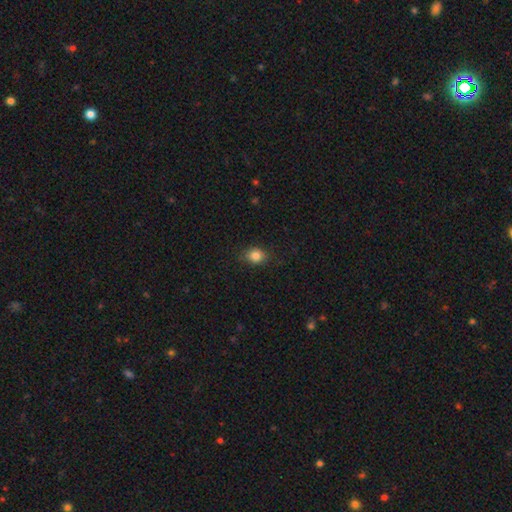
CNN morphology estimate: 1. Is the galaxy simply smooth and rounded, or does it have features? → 83% smooth, 11% star or artifact, 6% featured or disk.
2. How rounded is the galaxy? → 62% round, 37% in between, 1% cigar-shaped.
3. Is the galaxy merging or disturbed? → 82% none, 14% minor disturbance, 3% major disturbance, 1% merger.